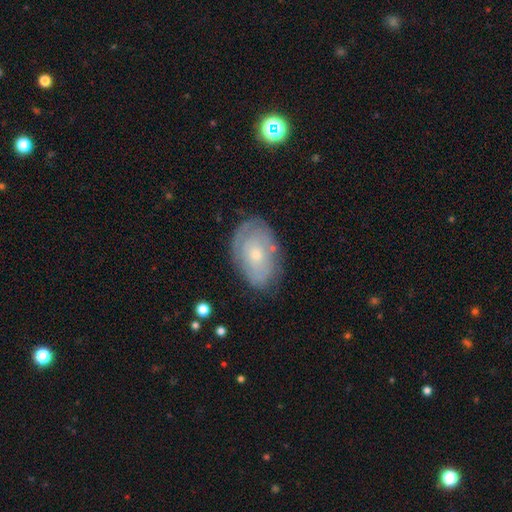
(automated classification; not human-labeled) This appears to be a featured or disk galaxy (54%) with no bar (85%), spiral arms (57%) and a small central bulge (57%). Merging: none (73%).